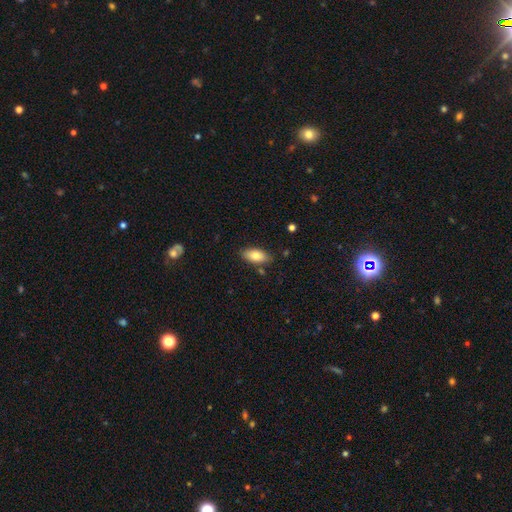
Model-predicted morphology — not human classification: This appears to be a smooth galaxy with no disk features (81%) that is in between round and cigar-shaped (90%). Merging: none (83%).